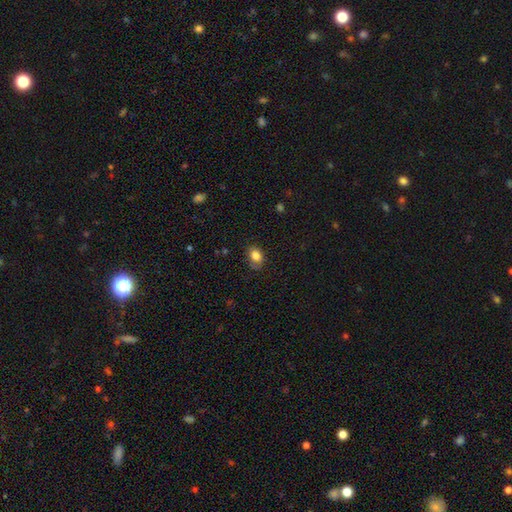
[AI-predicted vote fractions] smooth_or_featured: smooth (p=0.83) [alt: star or artifact p=0.09]
how_rounded: in between (p=0.70) [alt: round p=0.29]
merging: none (p=0.73) [alt: minor disturbance p=0.21]